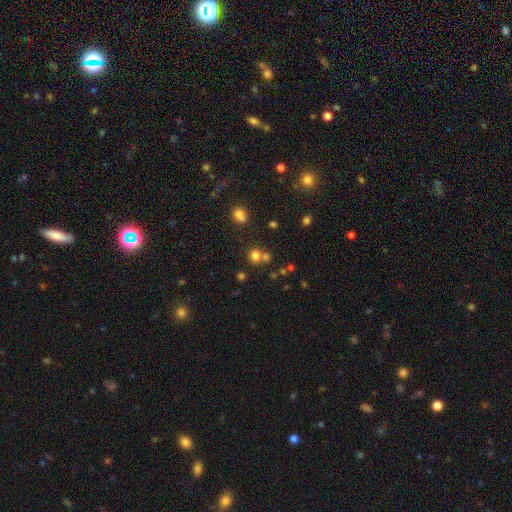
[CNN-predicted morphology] A smooth galaxy with no disk features (72%) that is round (81%). Merging: none (58%).